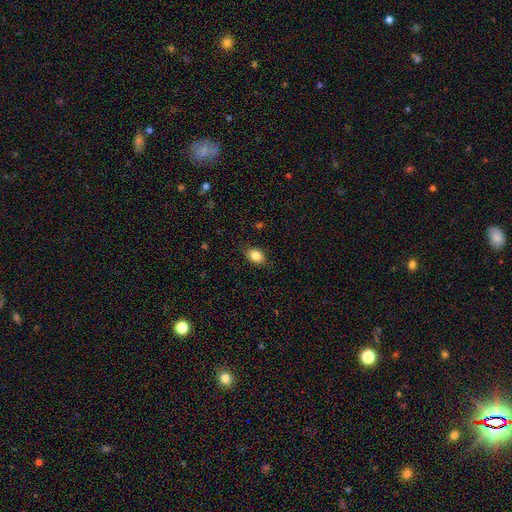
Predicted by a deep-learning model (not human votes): Overall: smooth (86%). How rounded: in between (81%). Merging: none (85%).